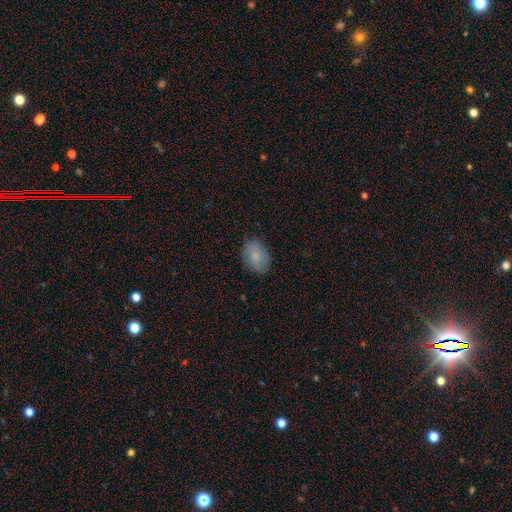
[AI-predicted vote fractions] smooth-or-featured: smooth: 82% | featured or disk: 11% | star or artifact: 7%
  how-rounded: in between: 74% | round: 25% | cigar-shaped: 1%
  merging: none: 84% | minor disturbance: 12% | major disturbance: 3% | merger: 1%